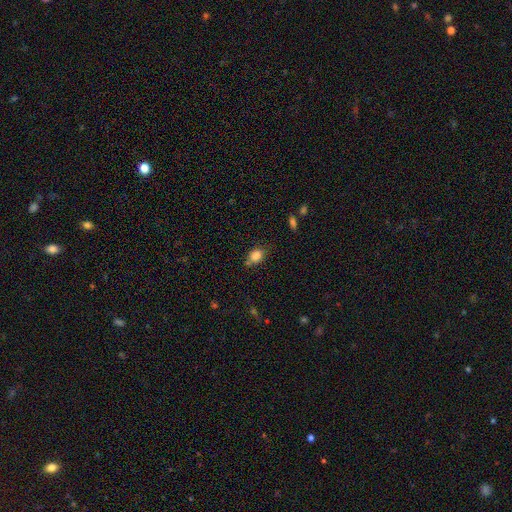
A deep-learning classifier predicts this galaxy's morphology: Smooth or featured: smooth — 84% (star or artifact — 10%)
How rounded: in between — 64% (round — 35%)
Merging: none — 65% (minor disturbance — 20%)